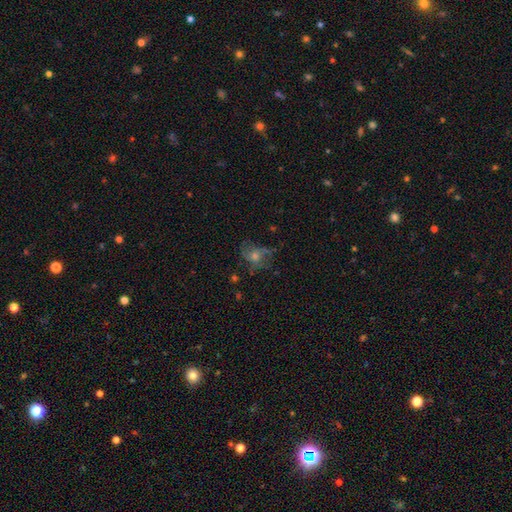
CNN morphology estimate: Overall: featured or disk (52%; smooth 27%). Edge-on disk: no (96%). Merging: none (57%; major disturbance 21%).